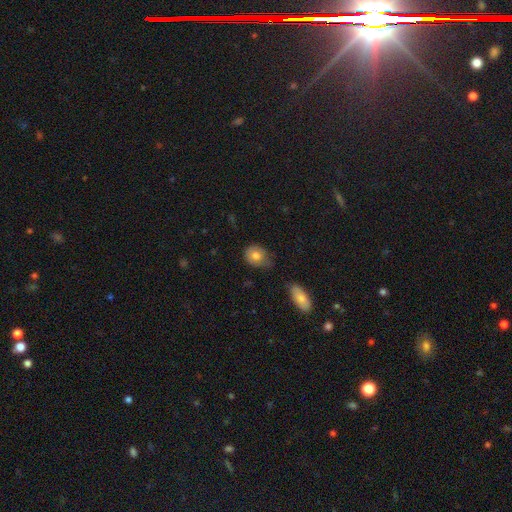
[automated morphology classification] smooth 77%, featured or disk 15%, star or artifact 8%. Down the decision tree: how rounded — round (55%); merging — none (56%).